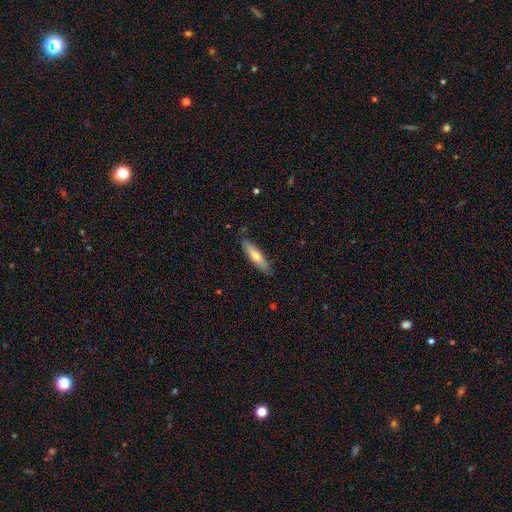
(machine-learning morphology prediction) The model was most divided on "smooth or featured": smooth: 62%, featured or disk: 32%, star or artifact: 6%. More confident: merging — none (86%); how rounded — cigar-shaped (73%).